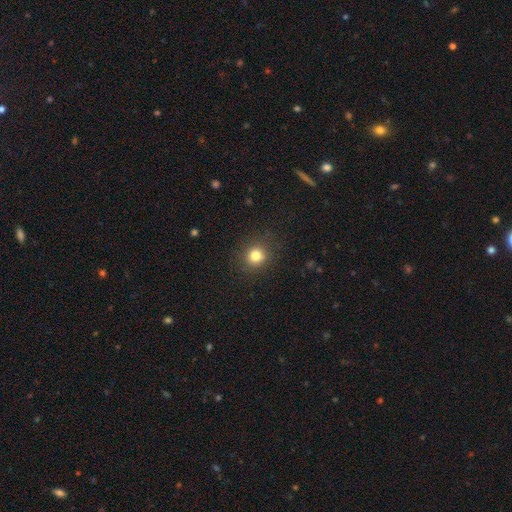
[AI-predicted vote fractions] This appears to be a smooth galaxy with no disk features (81%) that is round (89%). Merging: none (89%).